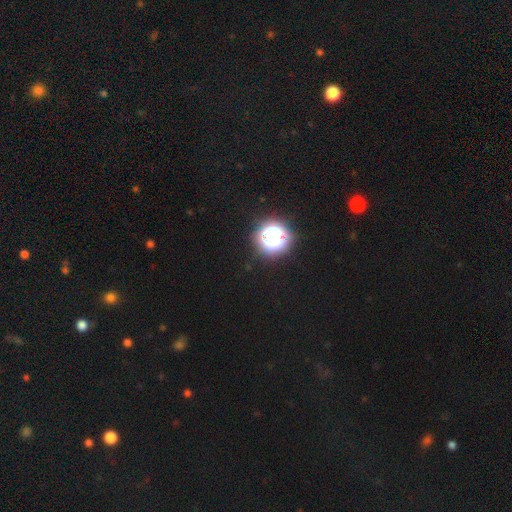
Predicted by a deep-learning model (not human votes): A star or artifact, not a galaxy (79%).